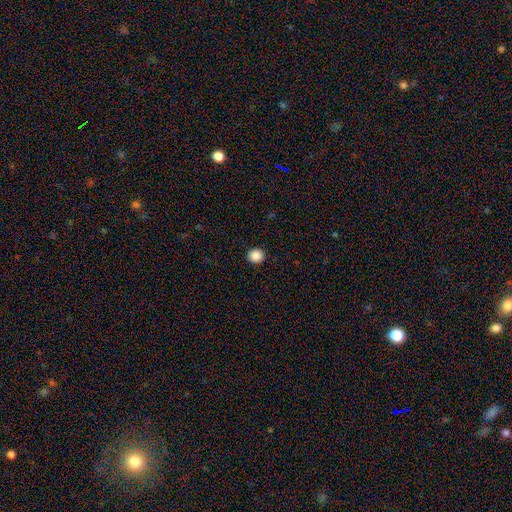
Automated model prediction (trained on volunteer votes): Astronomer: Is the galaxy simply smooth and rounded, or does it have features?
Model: smooth — 87%.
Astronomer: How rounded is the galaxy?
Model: round — 88%.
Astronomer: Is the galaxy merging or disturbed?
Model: none — 92%.